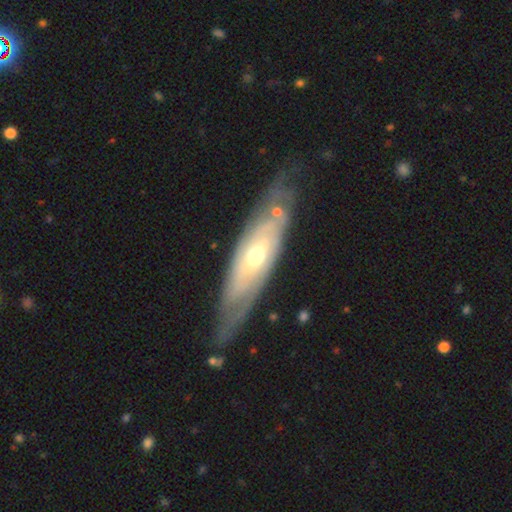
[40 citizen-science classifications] Smooth or featured: featured or disk — 80% (smooth — 15%)
Edge-on disk: no — 62% (yes — 38%)
Bar: no — 60% (weak — 30%)
Spiral arms: yes — 75% (no — 25%)
Spiral winding: tight — 67% (medium — 27%)
Spiral arm count: 2 — 53% (can't tell — 40%)
Bulge size: small — 60% (moderate — 40%)
Merging: none — 76% (minor disturbance — 18%)